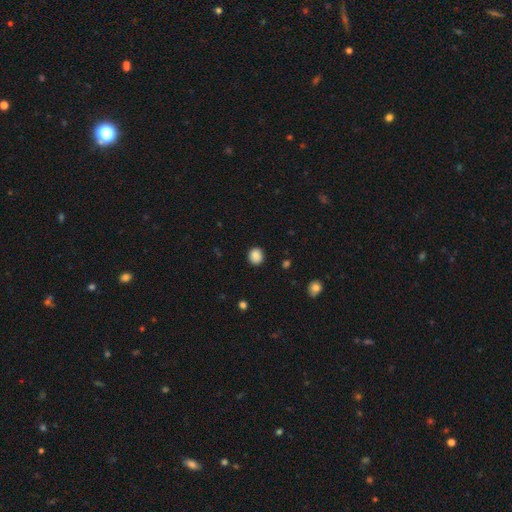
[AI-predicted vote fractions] smooth 88%, star or artifact 9%, featured or disk 3%. Down the decision tree: how rounded — round (84%); merging — none (90%).